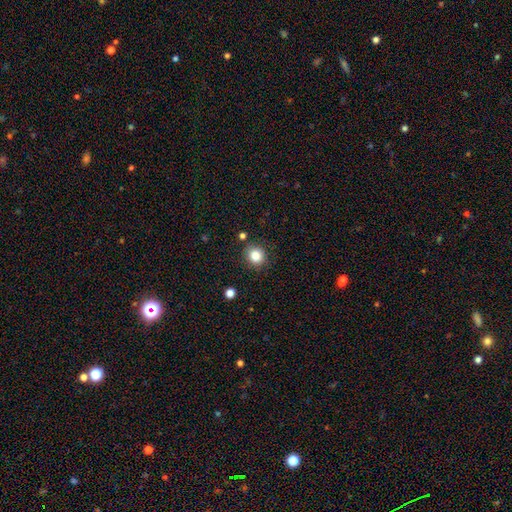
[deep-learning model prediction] This appears to be a smooth galaxy with no disk features (85%) that is round (84%). Merging: none (86%).